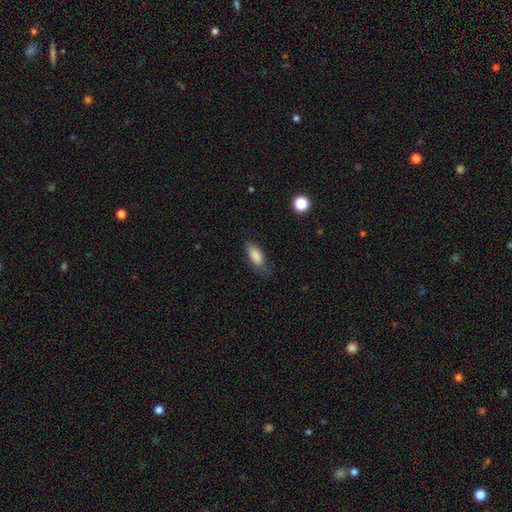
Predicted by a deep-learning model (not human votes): The model was most divided on "merging": none: 68%, minor disturbance: 24%, major disturbance: 7%, merger: 1%. More confident: smooth or featured — smooth (85%); how rounded — in between (82%).